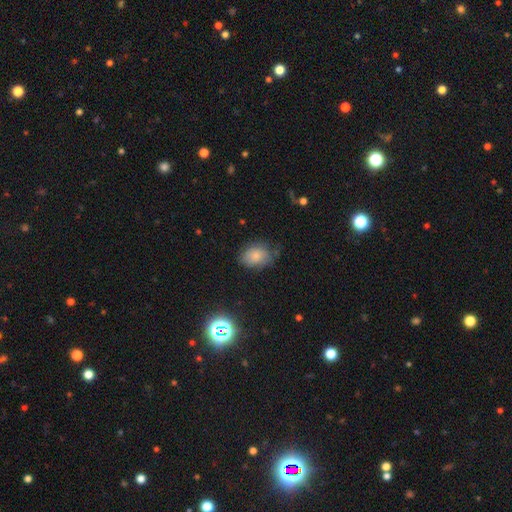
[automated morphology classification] smooth-or-featured: smooth: 77% | featured or disk: 12% | star or artifact: 11%
  how-rounded: in between: 70% | round: 29% | cigar-shaped: 1%
  merging: none: 65% | minor disturbance: 26% | major disturbance: 7% | merger: 2%